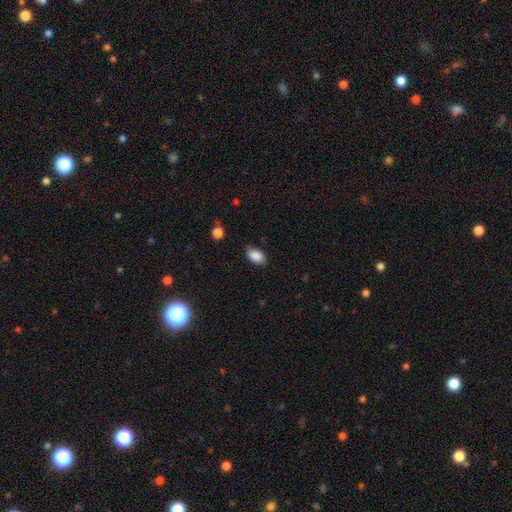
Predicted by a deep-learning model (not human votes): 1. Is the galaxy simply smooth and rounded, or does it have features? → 88% smooth, 8% star or artifact, 4% featured or disk.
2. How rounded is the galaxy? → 89% in between, 9% round, 1% cigar-shaped.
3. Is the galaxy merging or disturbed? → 81% none, 14% minor disturbance, 3% major disturbance, 1% merger.